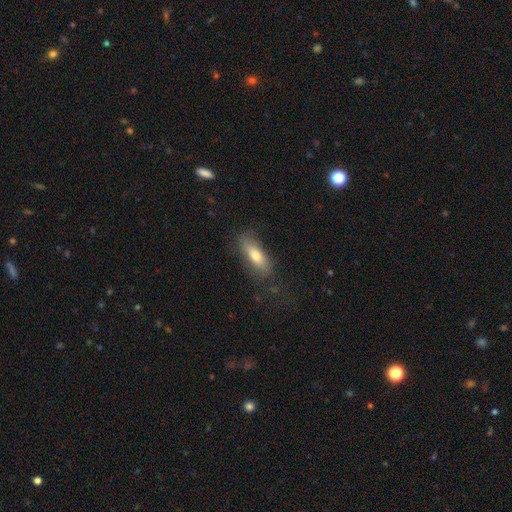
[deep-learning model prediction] A smooth galaxy with no disk features (67%) that is in between round and cigar-shaped (65%). Merging: none (67%).